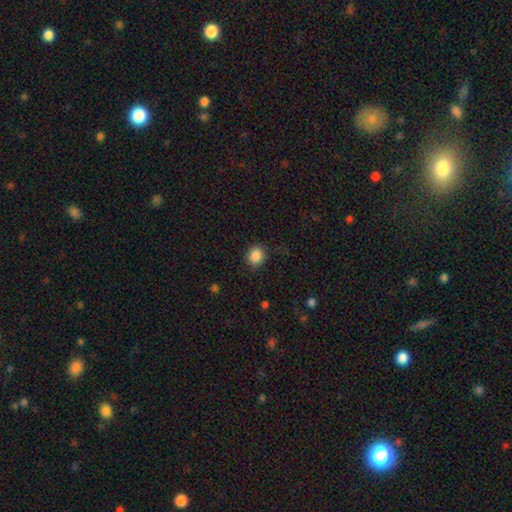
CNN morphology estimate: smooth-or-featured: smooth: 87% | star or artifact: 10% | featured or disk: 4%
  how-rounded: round: 82% | in between: 17% | cigar-shaped: 1%
  merging: none: 82% | minor disturbance: 12% | major disturbance: 4% | merger: 1%